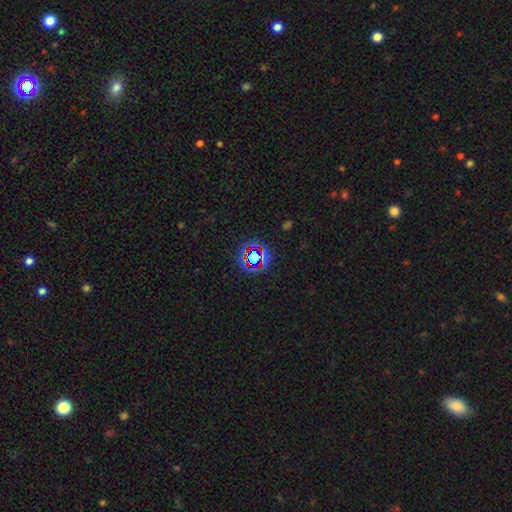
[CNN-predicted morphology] The model was most divided on "smooth or featured": star or artifact: 69%, smooth: 20%, featured or disk: 11%.